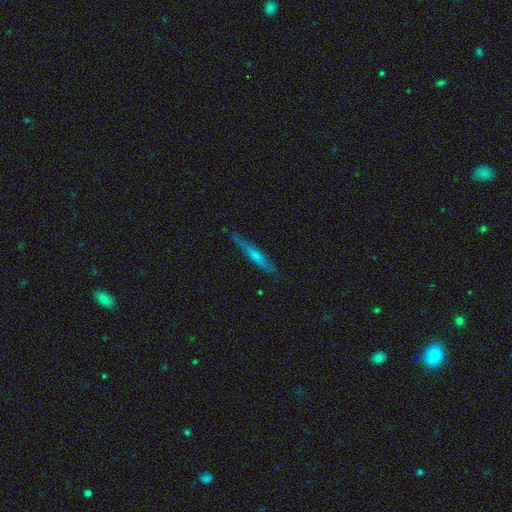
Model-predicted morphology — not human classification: A featured or disk galaxy (47%). Merging: none (83%).